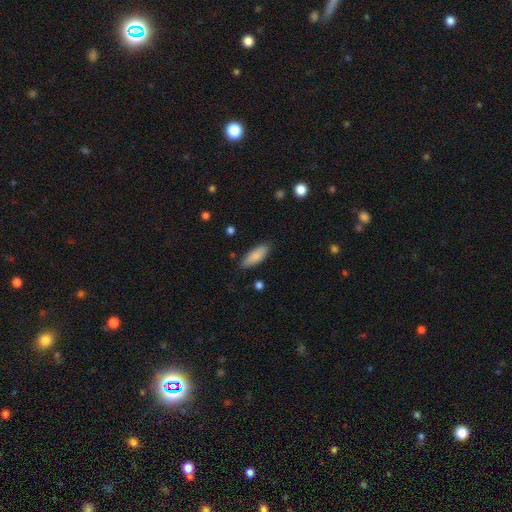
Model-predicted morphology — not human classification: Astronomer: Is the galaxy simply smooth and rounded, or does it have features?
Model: smooth — 85%.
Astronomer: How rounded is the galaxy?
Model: in between — 67%.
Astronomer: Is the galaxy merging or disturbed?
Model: none — 85%.